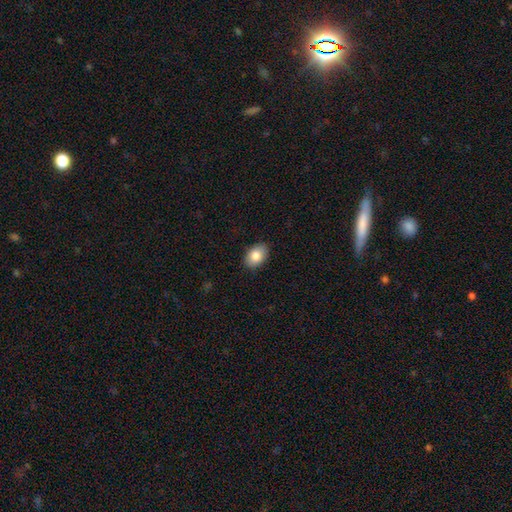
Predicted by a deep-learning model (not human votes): The model was most divided on "how rounded": in between: 86%, round: 12%, cigar-shaped: 1%. More confident: merging — none (89%); smooth or featured — smooth (84%).